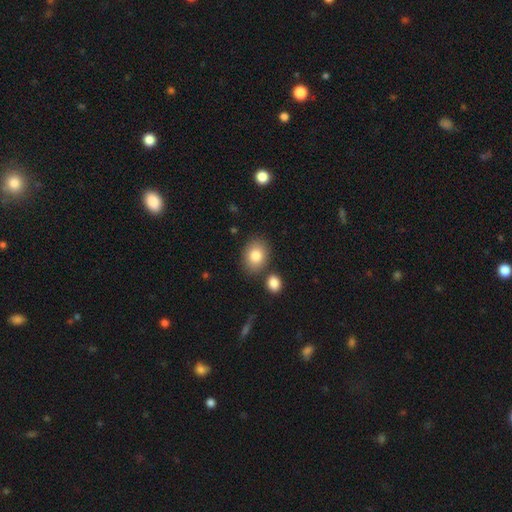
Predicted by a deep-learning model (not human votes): This appears to be a smooth galaxy with no disk features (82%) that is in between round and cigar-shaped (61%). Merging: none (77%).